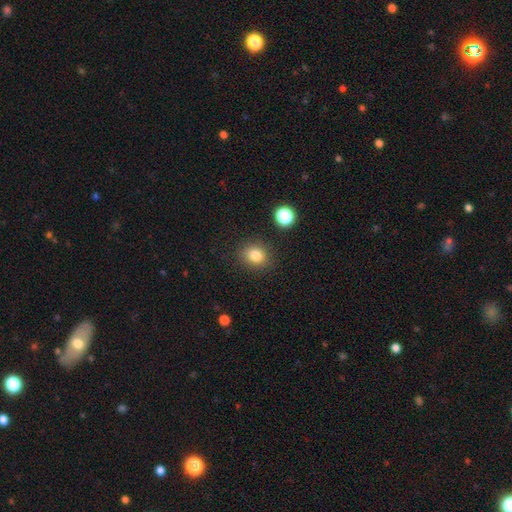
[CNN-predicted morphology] This is clearly a smooth galaxy (82%). How rounded: likely round (65%). Merging: clearly none (85%).